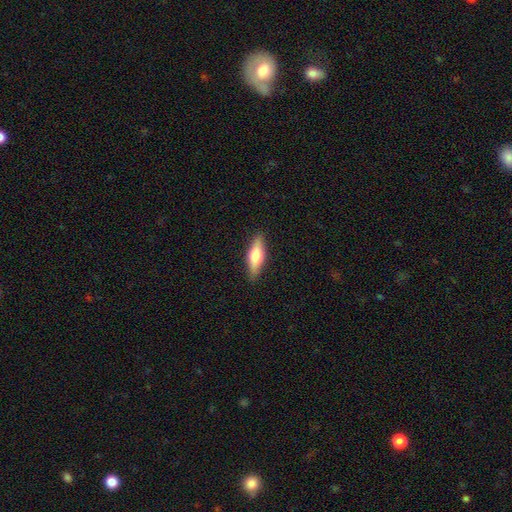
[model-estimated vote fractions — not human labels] A smooth galaxy with no disk features (56%) that is in between round and cigar-shaped (53%). Merging: none (88%).